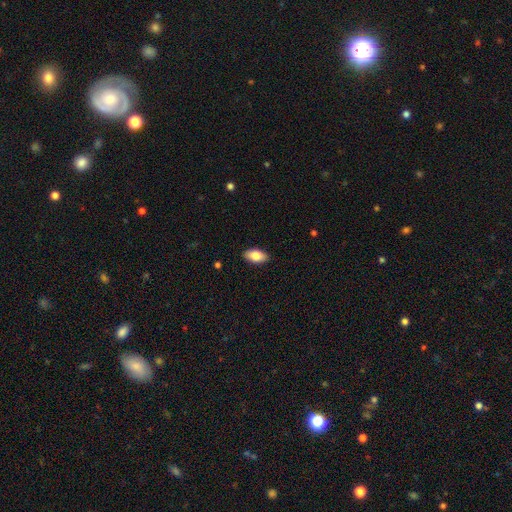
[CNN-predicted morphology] Smooth or featured? Predicted: smooth (p=0.83). How rounded? Predicted: in between (p=0.93). Merging? Predicted: none (p=0.89).